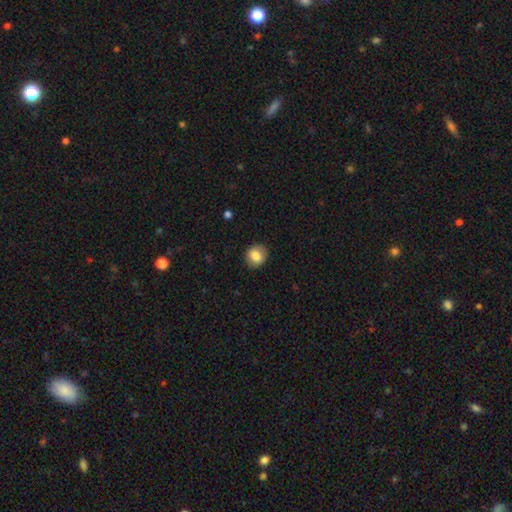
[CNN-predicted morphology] Smooth or featured: smooth — 82% (featured or disk — 9%)
How rounded: round — 78% (in between — 21%)
Merging: none — 86% (minor disturbance — 11%)